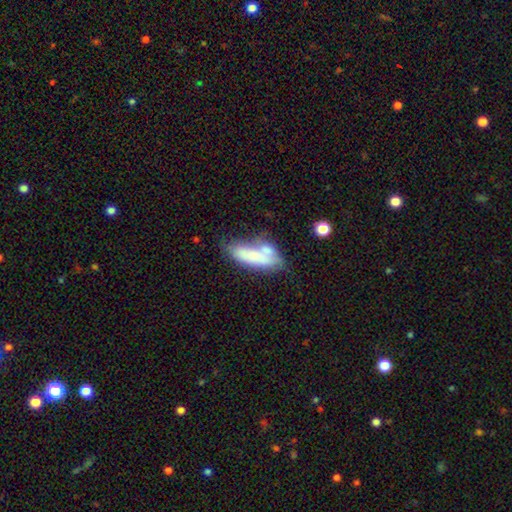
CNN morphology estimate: Overall: smooth (64%; featured or disk 28%). How rounded: in between (60%; cigar-shaped 37%). Merging: merger (37%; none 30%).